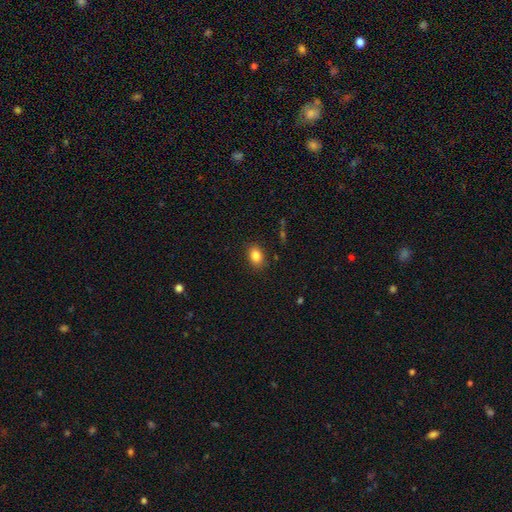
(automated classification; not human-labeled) A smooth galaxy with no disk features (85%) that is in between round and cigar-shaped (72%). Merging: none (86%).